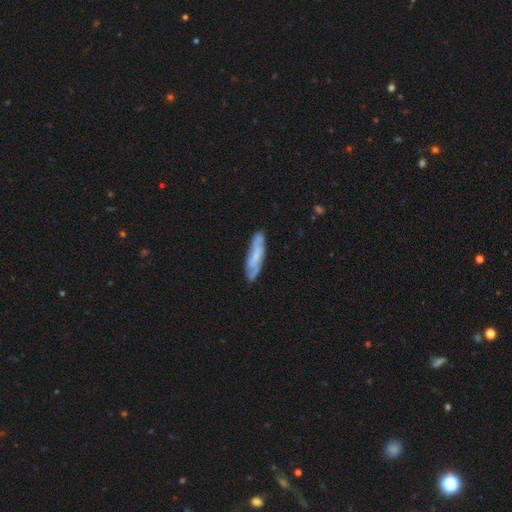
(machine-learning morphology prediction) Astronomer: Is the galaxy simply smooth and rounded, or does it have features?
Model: featured or disk — 54% (runner-up: smooth, 39%).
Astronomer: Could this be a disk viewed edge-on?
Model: no — 63%.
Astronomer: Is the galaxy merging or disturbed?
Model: none — 77%.